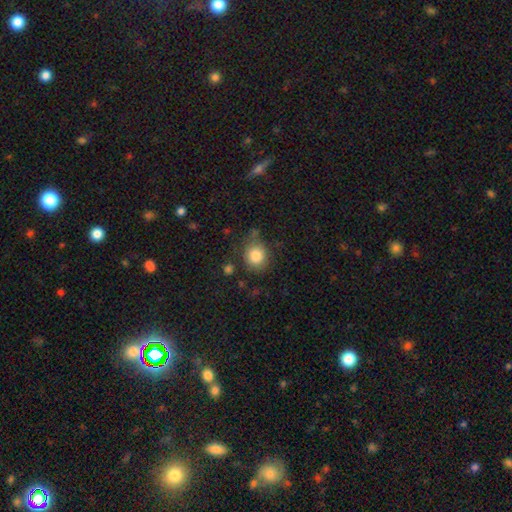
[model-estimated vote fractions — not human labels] The model was most divided on "merging": none: 74%, minor disturbance: 17%, major disturbance: 5%, merger: 5%. More confident: smooth or featured — smooth (84%); how rounded — round (78%).